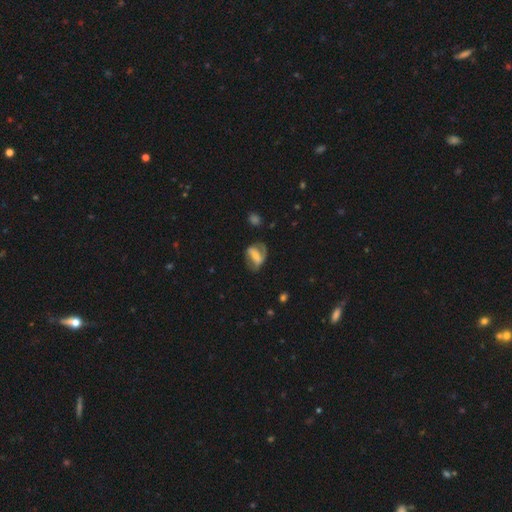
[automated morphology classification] smooth_or_featured: featured or disk (p=0.57) [alt: smooth p=0.36]
disk_edge_on: no (p=0.93) [alt: yes p=0.07]
bar: strong (p=0.48) [alt: weak p=0.29]
has_spiral_arms: yes (p=0.57) [alt: no p=0.43]
bulge_size: small (p=0.41) [alt: moderate p=0.32]
merging: none (p=0.48) [alt: minor disturbance p=0.26]